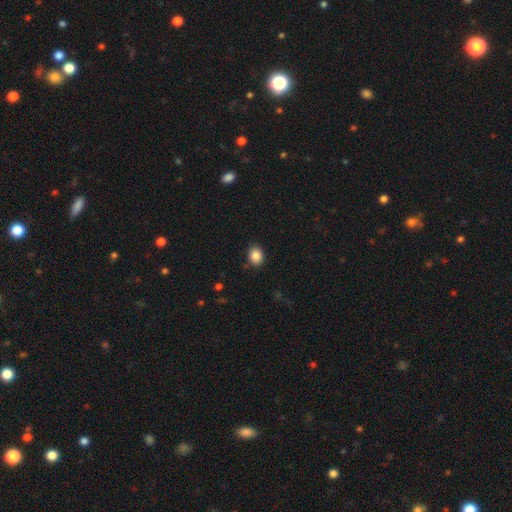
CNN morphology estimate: type=smooth (86%); roundness=in between (54%); merging=none (88%).